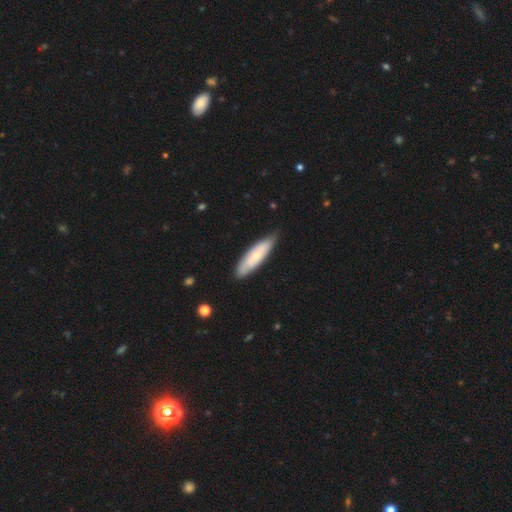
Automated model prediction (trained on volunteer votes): Smooth or featured?
  - smooth: 58% *
  - featured or disk: 37%
  - star or artifact: 5%
How rounded?
  - cigar-shaped: 59% *
  - in between: 39%
  - round: 2%
Merging?
  - none: 79% *
  - minor disturbance: 17%
  - major disturbance: 3%
  - merger: 2%